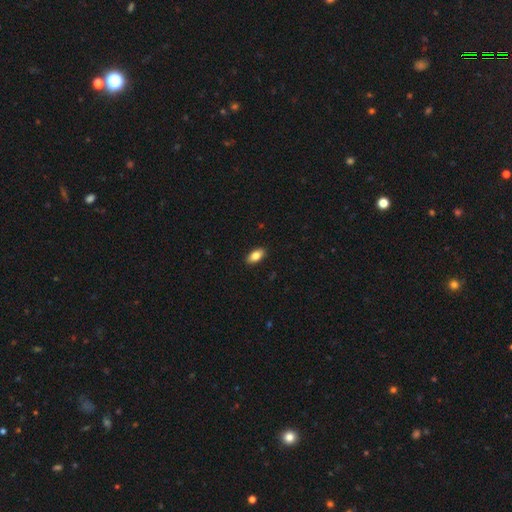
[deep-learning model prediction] This appears to be a smooth galaxy with no disk features (83%) that is in between round and cigar-shaped (91%). Merging: none (90%).